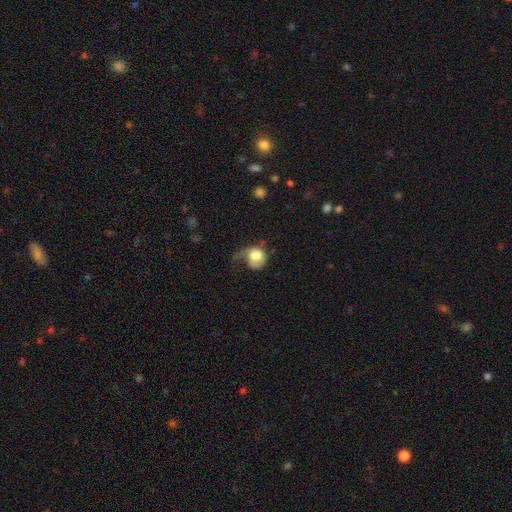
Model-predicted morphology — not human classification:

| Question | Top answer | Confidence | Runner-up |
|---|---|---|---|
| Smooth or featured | smooth | 65% | featured or disk (28%) |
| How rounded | round | 72% | in between (27%) |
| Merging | major disturbance | 49% | minor disturbance (25%) |